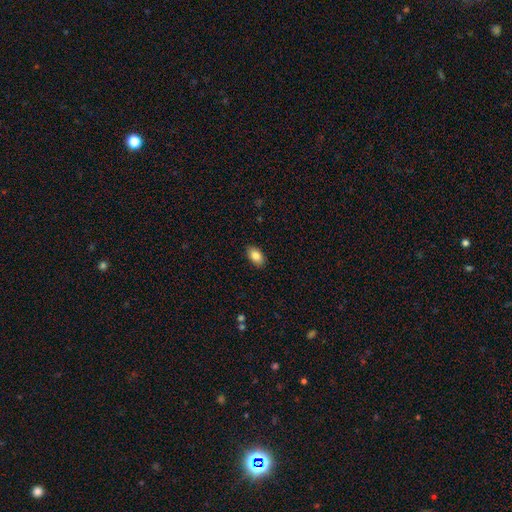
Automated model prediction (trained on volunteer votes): Smooth or featured? smooth (85%)
How rounded? in between (92%)
Merging? none (89%)